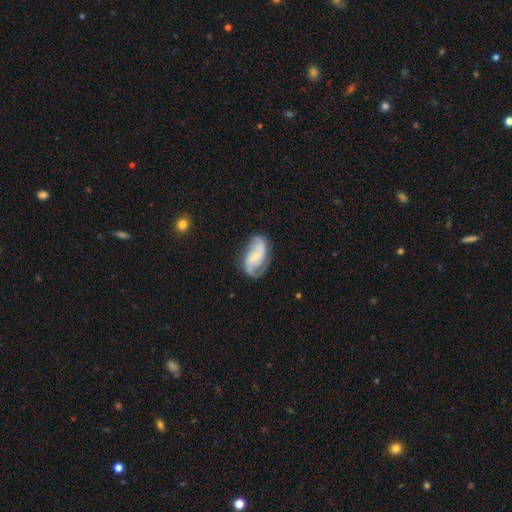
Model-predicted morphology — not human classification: featured or disk 81%, smooth 12%, star or artifact 6%. Down the decision tree: edge-on disk — no (97%); bar — weak (43%); spiral arms — yes (95%); spiral arm count — 2 (83%); spiral winding — medium (44%); bulge size — small (52%); merging — none (67%).